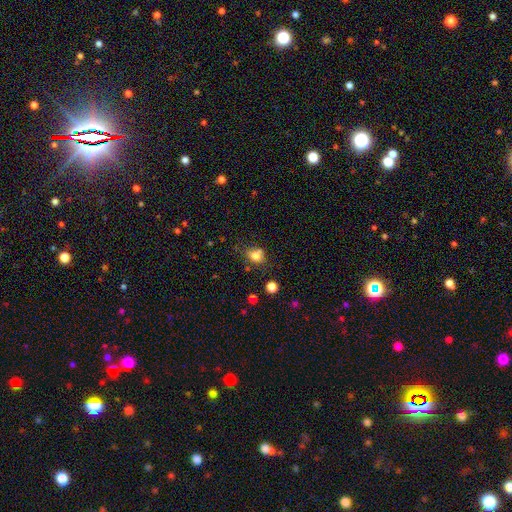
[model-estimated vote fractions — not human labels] Overall: smooth (78%). How rounded: round (56%; in between 43%). Merging: none (59%; minor disturbance 20%).